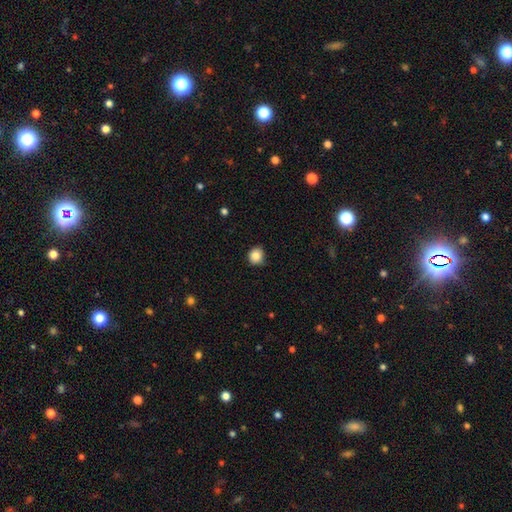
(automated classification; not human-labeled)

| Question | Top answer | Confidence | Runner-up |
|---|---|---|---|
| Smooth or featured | smooth | 85% | star or artifact (10%) |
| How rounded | round | 83% | in between (16%) |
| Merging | none | 85% | minor disturbance (12%) |